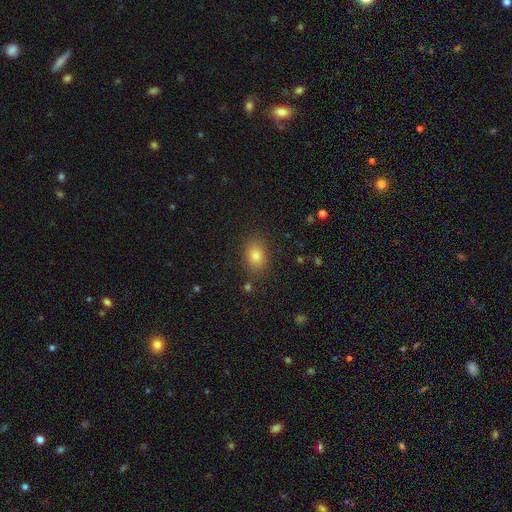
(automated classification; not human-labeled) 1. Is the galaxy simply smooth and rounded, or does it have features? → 80% smooth, 11% star or artifact, 8% featured or disk.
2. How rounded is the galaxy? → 76% in between, 23% round, 1% cigar-shaped.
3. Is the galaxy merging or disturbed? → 85% none, 10% minor disturbance, 3% major disturbance, 2% merger.